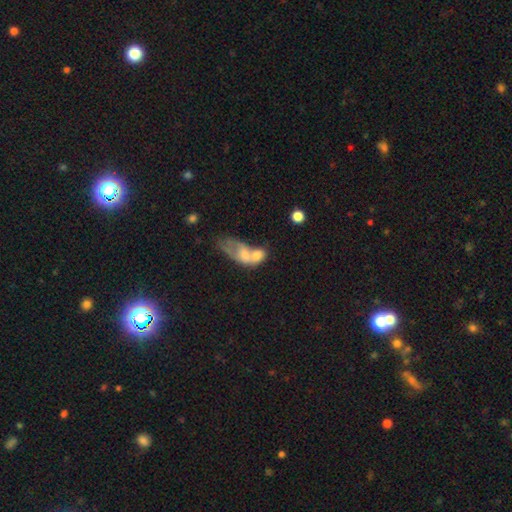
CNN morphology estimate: The model was most divided on "smooth or featured": smooth: 58%, featured or disk: 33%, star or artifact: 9%. More confident: how rounded — in between (78%); merging — merger (68%).